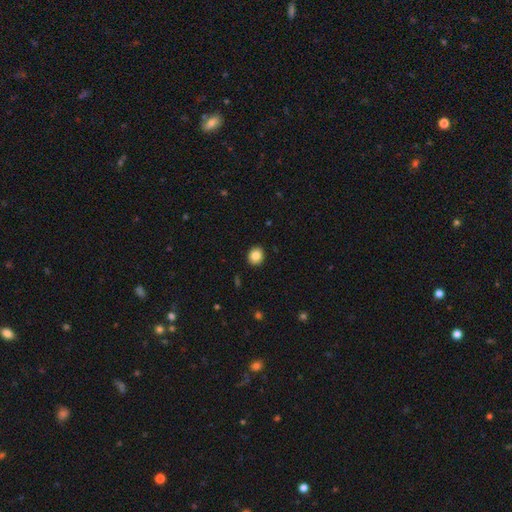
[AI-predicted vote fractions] Smooth or featured?
  - smooth: 86% *
  - star or artifact: 9%
  - featured or disk: 5%
How rounded?
  - round: 76% *
  - in between: 23%
  - cigar-shaped: 1%
Merging?
  - none: 92% *
  - minor disturbance: 6%
  - major disturbance: 2%
  - merger: 1%